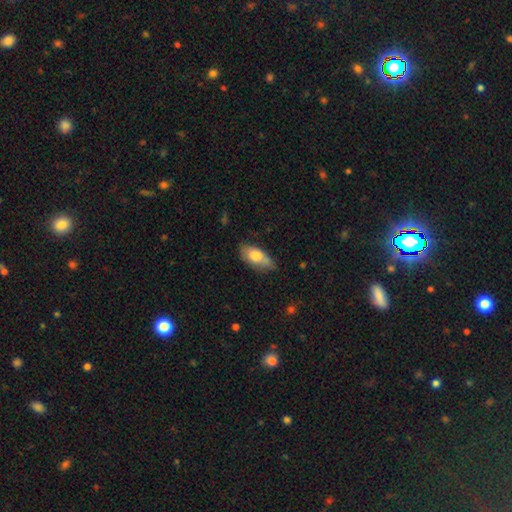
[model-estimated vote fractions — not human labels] smooth_or_featured: smooth (p=0.72) [alt: featured or disk p=0.21]
how_rounded: in between (p=0.87) [alt: cigar-shaped p=0.10]
merging: none (p=0.57) [alt: minor disturbance p=0.33]